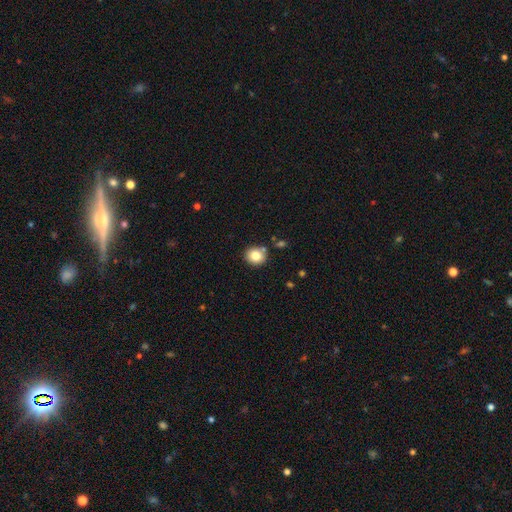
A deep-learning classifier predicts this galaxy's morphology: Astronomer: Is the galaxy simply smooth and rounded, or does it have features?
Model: smooth — 81%.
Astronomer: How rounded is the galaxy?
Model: round — 82%.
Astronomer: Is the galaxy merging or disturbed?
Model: none — 81%.